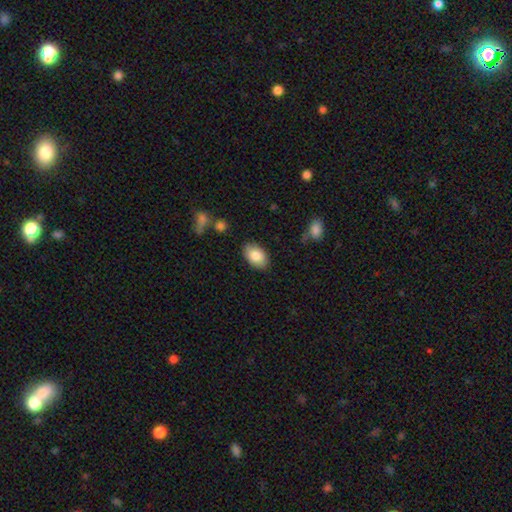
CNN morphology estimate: Smooth or featured? smooth (83%)
How rounded? in between (90%)
Merging? none (85%)